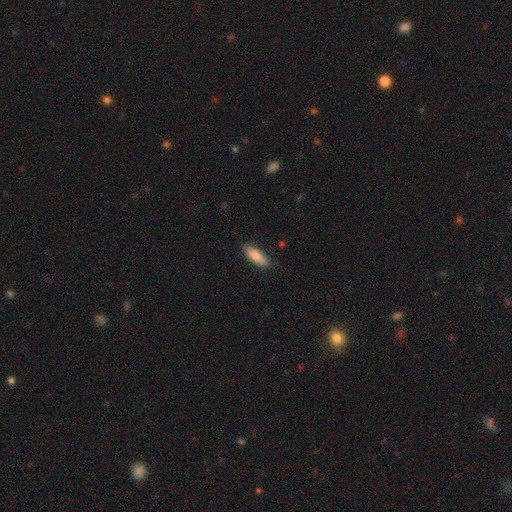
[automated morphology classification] A smooth galaxy with no disk features (85%) that is in between round and cigar-shaped (57%). Merging: none (85%).